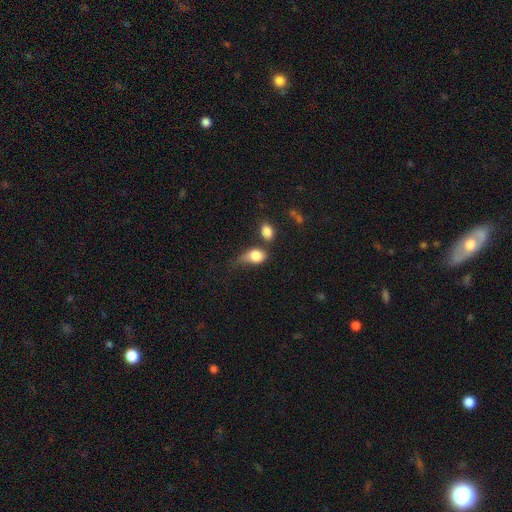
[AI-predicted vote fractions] smooth_or_featured: smooth (p=0.79) [alt: featured or disk p=0.12]
how_rounded: in between (p=0.75) [alt: round p=0.22]
merging: minor disturbance (p=0.28) [alt: major disturbance p=0.25]